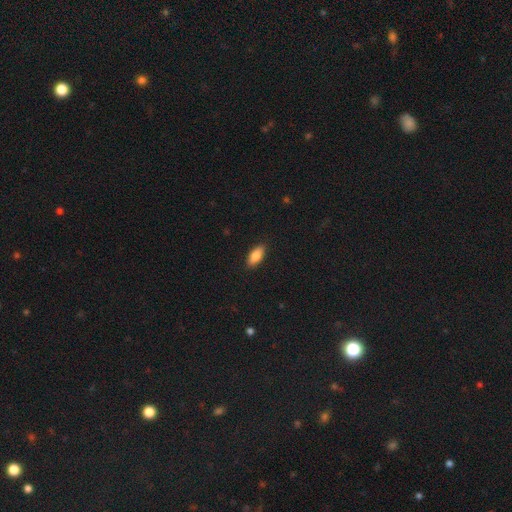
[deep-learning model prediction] A smooth galaxy with no disk features (84%) that is in between round and cigar-shaped (85%). Merging: none (89%).